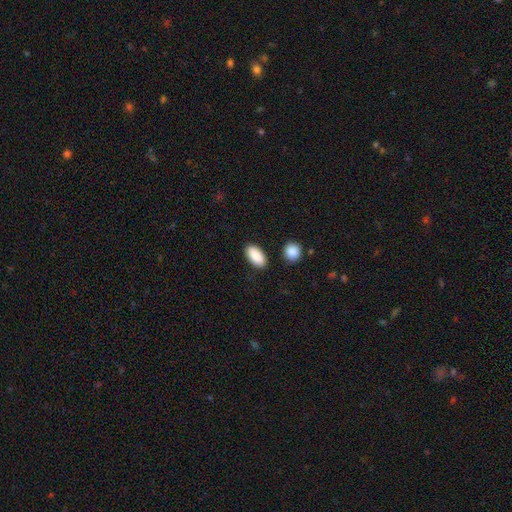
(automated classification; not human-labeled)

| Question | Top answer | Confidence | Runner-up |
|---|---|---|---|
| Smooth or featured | smooth | 90% | star or artifact (6%) |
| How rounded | in between | 92% | cigar-shaped (5%) |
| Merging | none | 86% | minor disturbance (8%) |